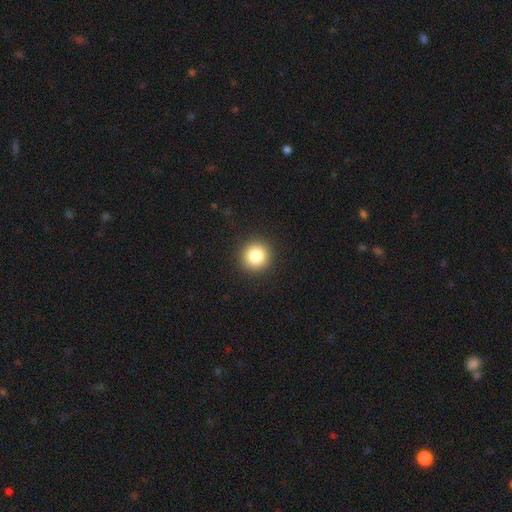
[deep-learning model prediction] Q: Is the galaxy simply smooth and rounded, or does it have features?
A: smooth — 83%.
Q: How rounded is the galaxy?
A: round — 94%.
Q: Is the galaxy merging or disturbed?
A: none — 93%.